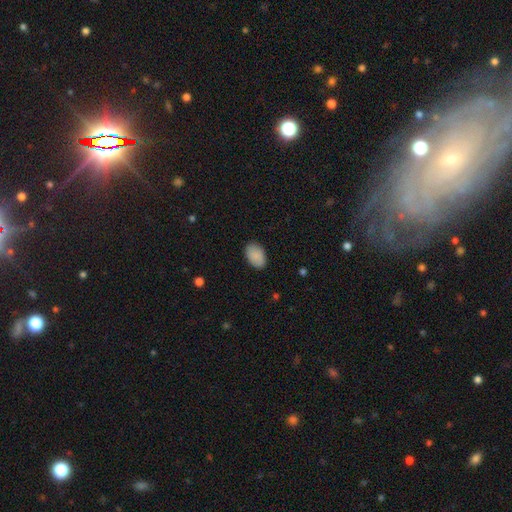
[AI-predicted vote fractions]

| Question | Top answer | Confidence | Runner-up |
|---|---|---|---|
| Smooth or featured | smooth | 90% | star or artifact (6%) |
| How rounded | in between | 90% | round (9%) |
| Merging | none | 87% | minor disturbance (10%) |